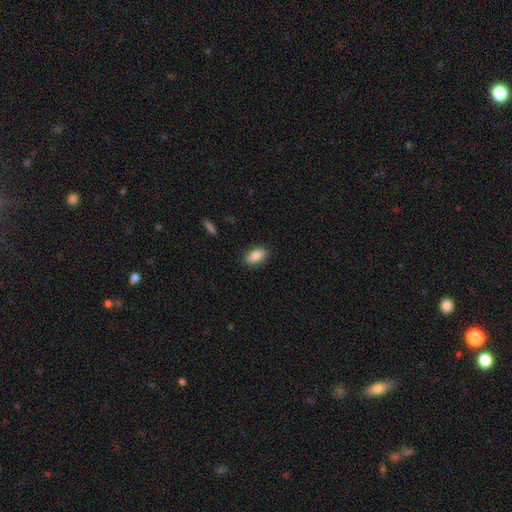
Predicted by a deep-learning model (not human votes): A smooth galaxy with no disk features (86%) that is in between round and cigar-shaped (89%).

Vote fractions:
- Smooth or featured? smooth: 86% / star or artifact: 7% / featured or disk: 7%
- How rounded? in between: 89% / cigar-shaped: 7% / round: 4%
- Merging? none: 86% / minor disturbance: 10% / major disturbance: 2% / merger: 1%